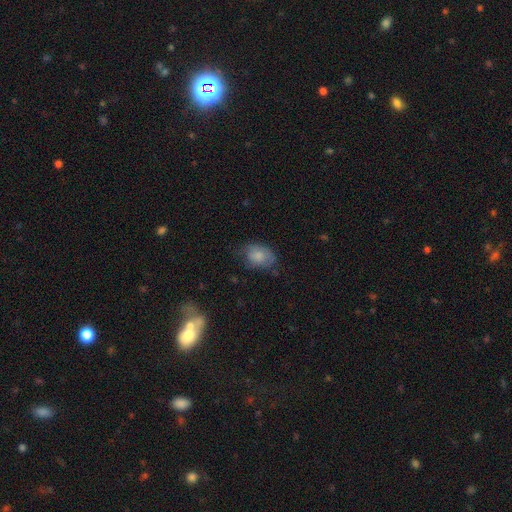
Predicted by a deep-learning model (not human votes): A smooth galaxy with no disk features (73%) that is in between round and cigar-shaped (78%). Merging: none (59%).